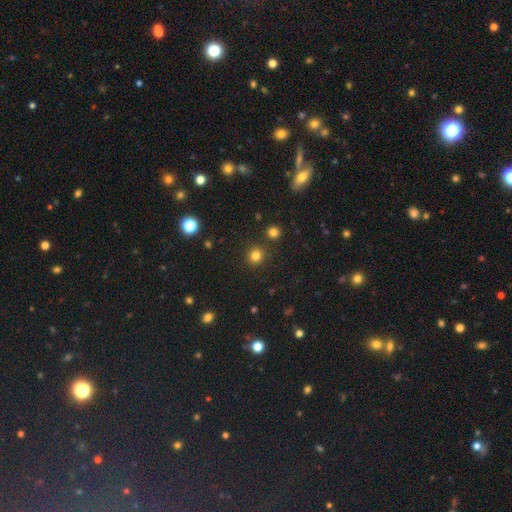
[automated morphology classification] Q: Smooth or featured?
A: smooth (80%); runner-up: star or artifact (15%)
Q: How rounded?
A: round (93%); runner-up: in between (6%)
Q: Merging?
A: none (88%); runner-up: minor disturbance (6%)